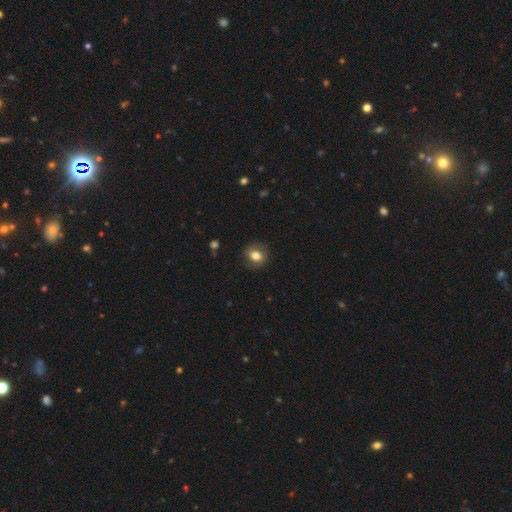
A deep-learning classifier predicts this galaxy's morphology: type=smooth (76%); roundness=round (60%); merging=none (82%).